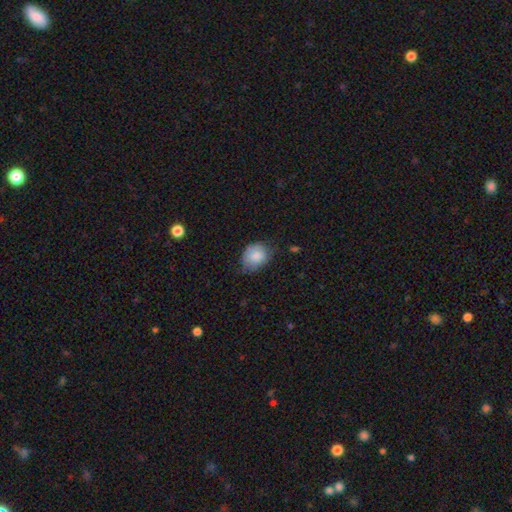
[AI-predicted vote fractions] Smooth or featured?
  - smooth: 82% *
  - featured or disk: 11%
  - star or artifact: 7%
How rounded?
  - in between: 53% *
  - round: 46%
  - cigar-shaped: 1%
Merging?
  - none: 55% *
  - minor disturbance: 35%
  - major disturbance: 8%
  - merger: 2%